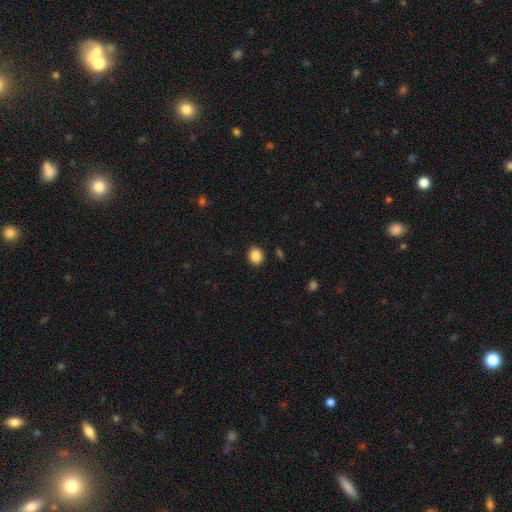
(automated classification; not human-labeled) The model was most divided on "how rounded": round: 61%, in between: 38%, cigar-shaped: 1%. More confident: merging — none (90%); smooth or featured — smooth (88%).